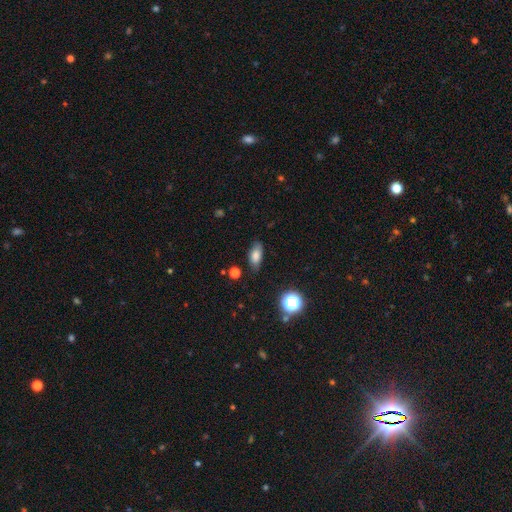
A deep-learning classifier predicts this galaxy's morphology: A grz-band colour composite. It shows a smooth galaxy with no disk features (78%) that is in between round and cigar-shaped (83%). Merging: none (79%).